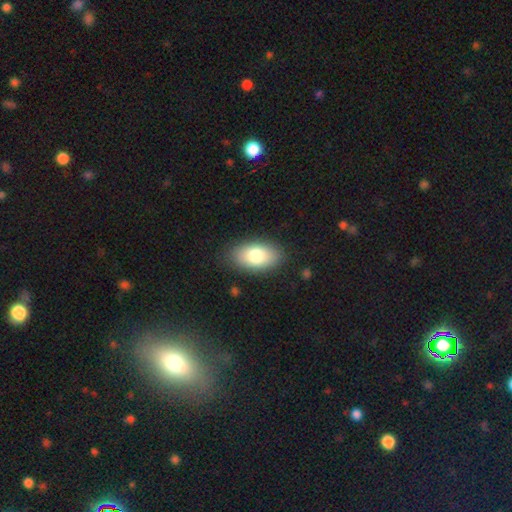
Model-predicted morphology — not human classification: A smooth galaxy with no disk features (79%) that is in between round and cigar-shaped (92%).

Vote fractions:
- Smooth or featured? smooth: 79% / featured or disk: 14% / star or artifact: 7%
- How rounded? in between: 92% / round: 6% / cigar-shaped: 2%
- Merging? none: 86% / minor disturbance: 10% / major disturbance: 3% / merger: 1%